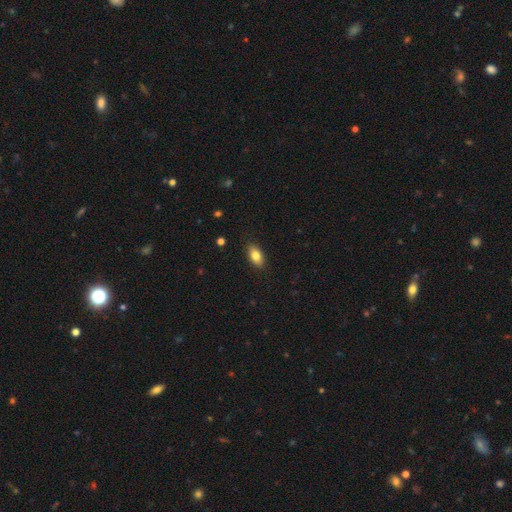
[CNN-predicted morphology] Overall: smooth (82%). How rounded: in between (89%). Merging: none (88%).